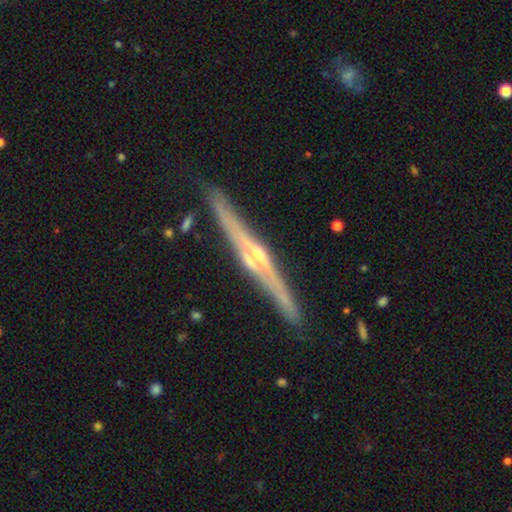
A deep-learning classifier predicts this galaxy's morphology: A featured or disk galaxy (83%) viewed edge-on (97%) with a rounded central bulge (81%).

Vote fractions:
- Smooth or featured? featured or disk: 83% / smooth: 11% / star or artifact: 6%
- Edge-on disk? yes: 97% / no: 3%
- Edge-on bulge? rounded: 81% / none: 11% / boxy: 8%
- Merging? none: 87% / minor disturbance: 9% / merger: 2% / major disturbance: 2%